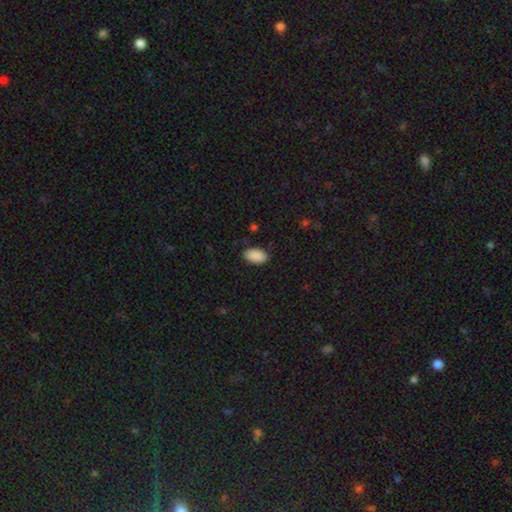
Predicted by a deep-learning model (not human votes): This is clearly a smooth galaxy (90%). How rounded: clearly in between (95%). Merging: clearly none (86%).